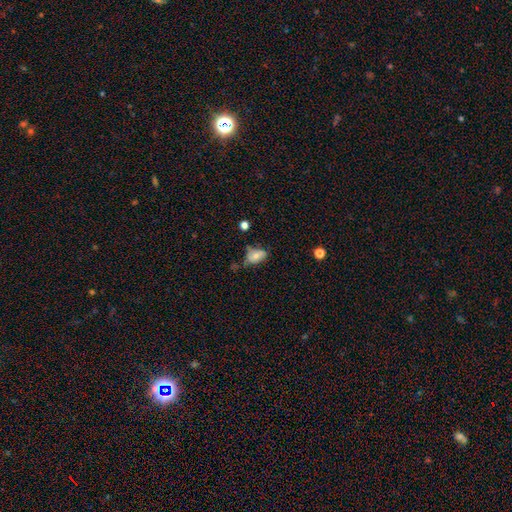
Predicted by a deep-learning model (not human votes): smooth_or_featured: smooth (p=0.63) [alt: featured or disk p=0.27]
how_rounded: in between (p=0.83) [alt: round p=0.14]
merging: none (p=0.39) [alt: minor disturbance p=0.35]